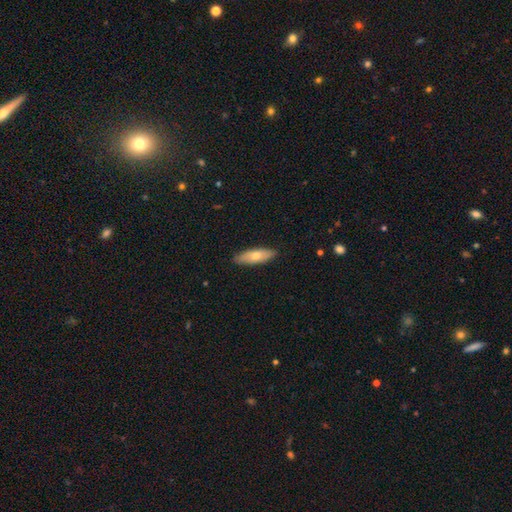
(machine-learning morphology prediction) Smooth or featured: smooth — 64% (featured or disk — 30%)
How rounded: in between — 55% (cigar-shaped — 42%)
Merging: none — 88% (minor disturbance — 9%)